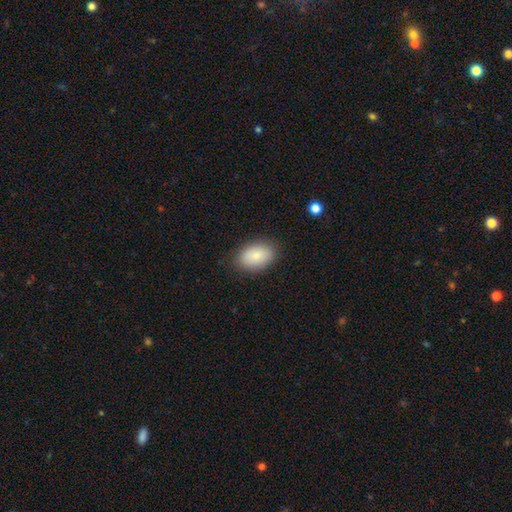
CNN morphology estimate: Smooth or featured? Predicted: smooth (p=0.83). How rounded? Predicted: in between (p=0.87). Merging? Predicted: none (p=0.86).